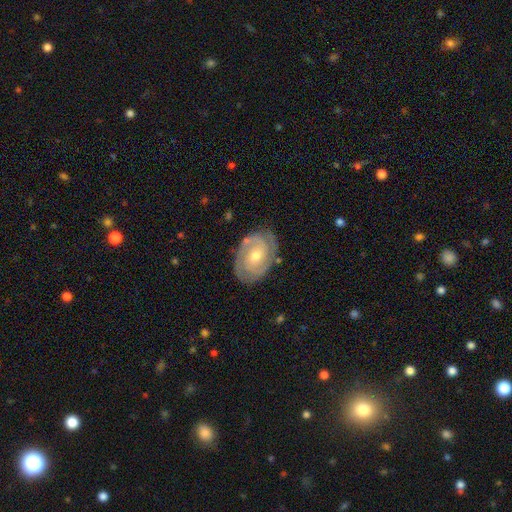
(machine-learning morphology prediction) This is clearly a featured or disk galaxy (84%). It is clearly not viewed edge-on (96%). Bar: likely no (61%). Spiral arm pattern: clearly yes (94%). Spiral arm count: likely 2 (66%). Spiral winding: likely tight (65%). Central bulge: possibly moderate (58%). Merging: likely none (79%).